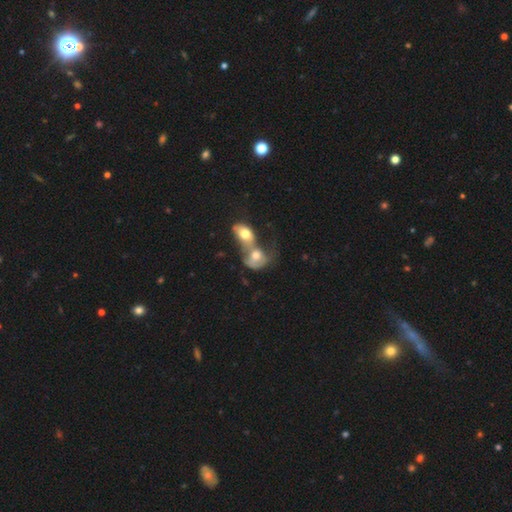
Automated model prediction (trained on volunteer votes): Smooth or featured?
  - smooth: 61% *
  - featured or disk: 31%
  - star or artifact: 8%
How rounded?
  - in between: 65% *
  - round: 33%
  - cigar-shaped: 2%
Merging?
  - merger: 82% *
  - none: 8%
  - major disturbance: 6%
  - minor disturbance: 4%